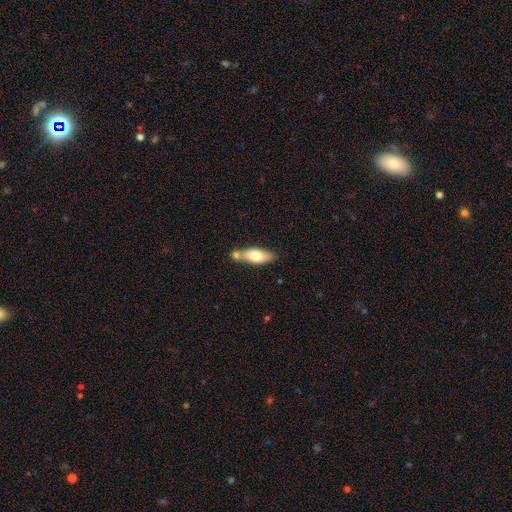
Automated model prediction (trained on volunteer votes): A smooth galaxy with no disk features (67%) that is in between round and cigar-shaped (69%). Merging: none (54%).